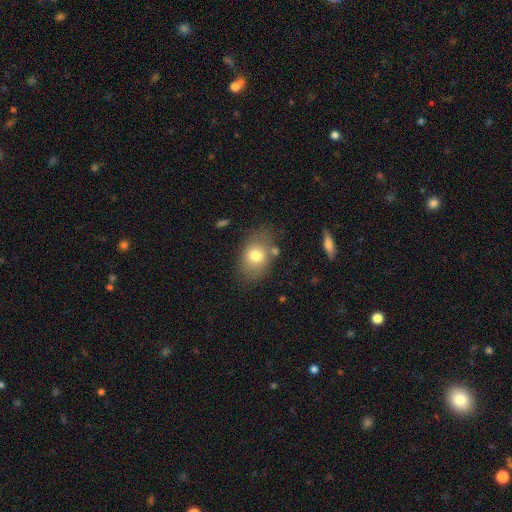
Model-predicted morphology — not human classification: This appears to be a smooth galaxy with no disk features (74%) that is in between round and cigar-shaped (72%). Merging: none (68%).